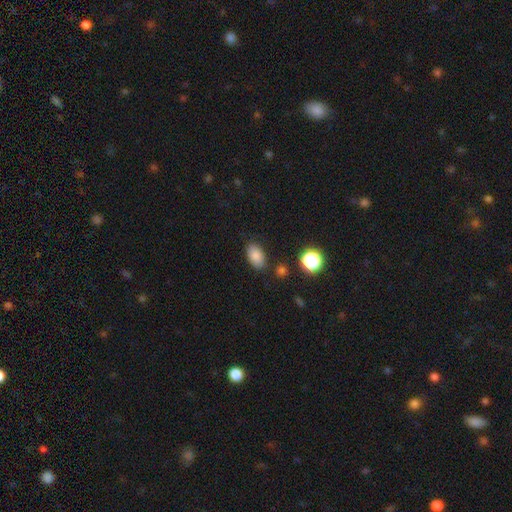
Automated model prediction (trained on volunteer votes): A smooth galaxy with no disk features (84%) that is in between round and cigar-shaped (90%).

Vote fractions:
- Smooth or featured? smooth: 84% / star or artifact: 10% / featured or disk: 6%
- How rounded? in between: 90% / round: 8% / cigar-shaped: 2%
- Merging? none: 83% / minor disturbance: 11% / merger: 3% / major disturbance: 3%